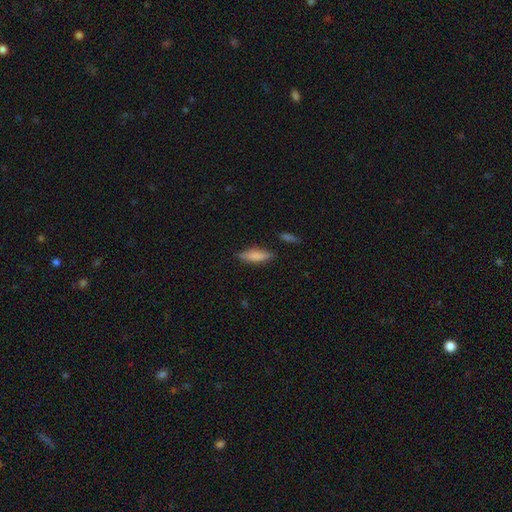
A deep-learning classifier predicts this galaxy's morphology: Smooth or featured? Predicted: smooth (p=0.73). How rounded? Predicted: cigar-shaped (p=0.56). Merging? Predicted: none (p=0.79).